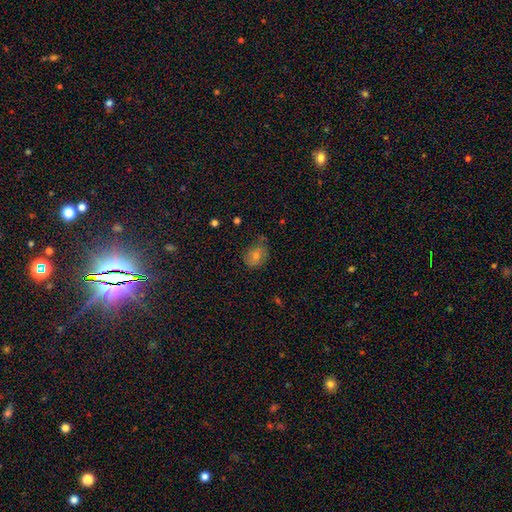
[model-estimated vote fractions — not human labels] A smooth galaxy with no disk features (57%) that is round (52%).

Vote fractions:
- Smooth or featured? smooth: 57% / star or artifact: 24% / featured or disk: 19%
- How rounded? round: 52% / in between: 47% / cigar-shaped: 1%
- Merging? none: 66% / minor disturbance: 25% / major disturbance: 7% / merger: 2%